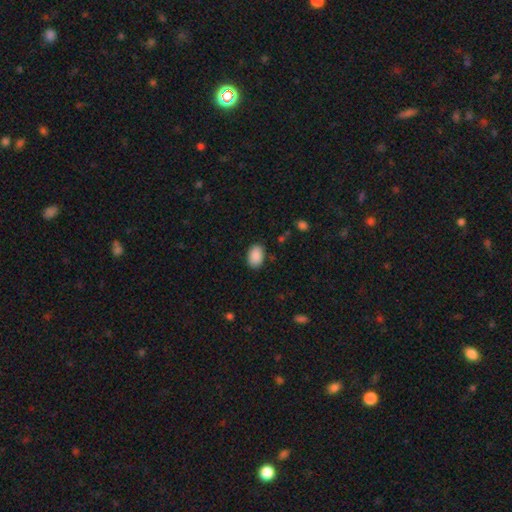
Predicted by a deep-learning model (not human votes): The model was most divided on "how rounded": in between: 87%, round: 12%, cigar-shaped: 1%. More confident: smooth or featured — smooth (90%); merging — none (86%).